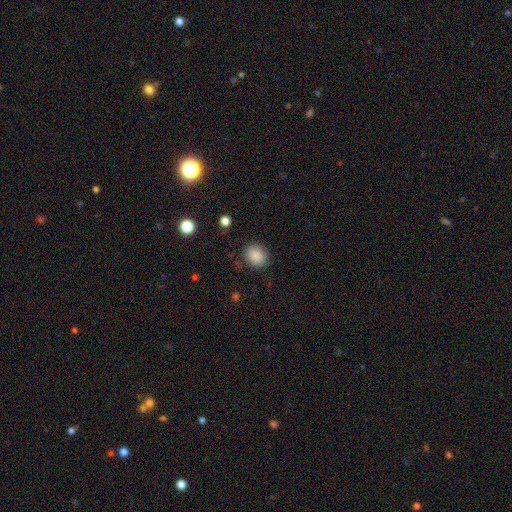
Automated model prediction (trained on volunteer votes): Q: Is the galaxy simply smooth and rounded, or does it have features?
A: smooth — 88%.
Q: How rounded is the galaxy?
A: round — 61%.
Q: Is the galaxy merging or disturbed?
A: none — 85%.